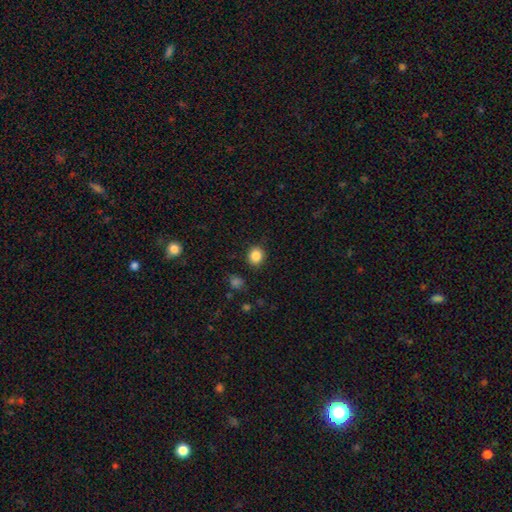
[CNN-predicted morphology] Q: Smooth or featured?
A: smooth (86%); runner-up: star or artifact (10%)
Q: How rounded?
A: round (74%); runner-up: in between (25%)
Q: Merging?
A: none (88%); runner-up: minor disturbance (8%)